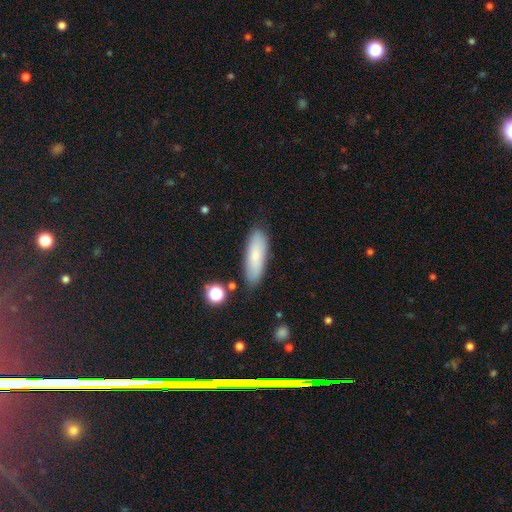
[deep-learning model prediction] This appears to be a smooth galaxy with no disk features (77%) that is in between round and cigar-shaped (53%). Merging: none (82%).